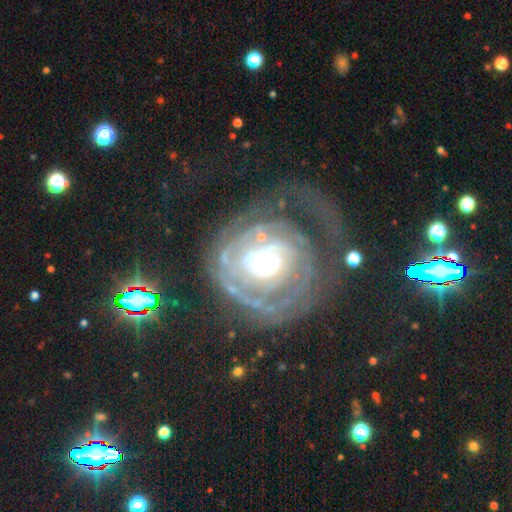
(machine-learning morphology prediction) Overall: featured or disk (79%). Edge-on disk: no (97%). Bar: no (78%). Spiral arms: yes (81%). Spiral arm count: can't tell (44%; 2 22%). Spiral winding: tight (72%). Bulge size: small (48%; moderate 34%). Merging: none (55%; major disturbance 25%).